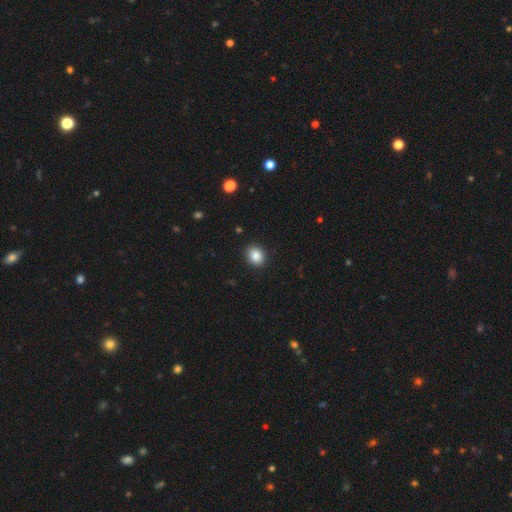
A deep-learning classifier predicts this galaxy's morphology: Smooth or featured: smooth — 87% (star or artifact — 9%)
How rounded: round — 53% (in between — 46%)
Merging: none — 90% (minor disturbance — 7%)